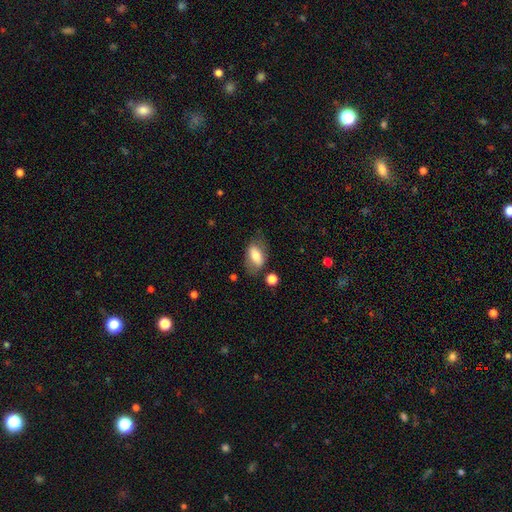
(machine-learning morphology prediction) smooth-or-featured: smooth: 65% | featured or disk: 27% | star or artifact: 7%
  how-rounded: in between: 88% | round: 6% | cigar-shaped: 5%
  merging: none: 66% | minor disturbance: 20% | major disturbance: 10% | merger: 4%